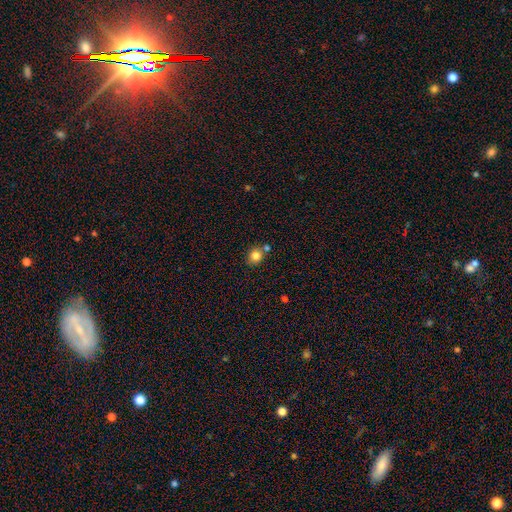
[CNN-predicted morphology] smooth 82%, star or artifact 11%, featured or disk 7%. Down the decision tree: how rounded — round (76%); merging — none (68%).